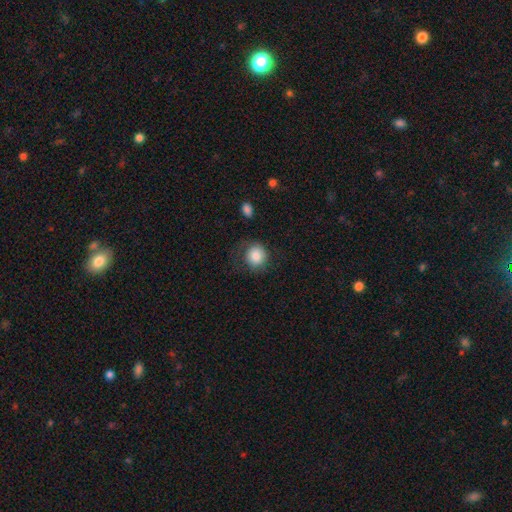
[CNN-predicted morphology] Smooth or featured: smooth — 84% (featured or disk — 8%)
How rounded: round — 83% (in between — 16%)
Merging: none — 68% (minor disturbance — 18%)